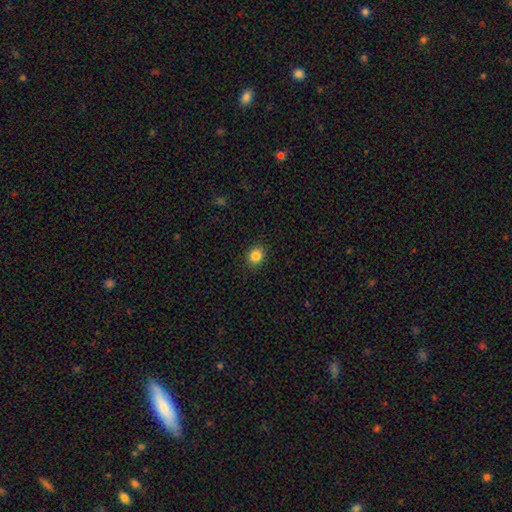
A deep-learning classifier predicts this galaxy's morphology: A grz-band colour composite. It shows a smooth galaxy with no disk features (85%) that is round (63%). Merging: none (89%).